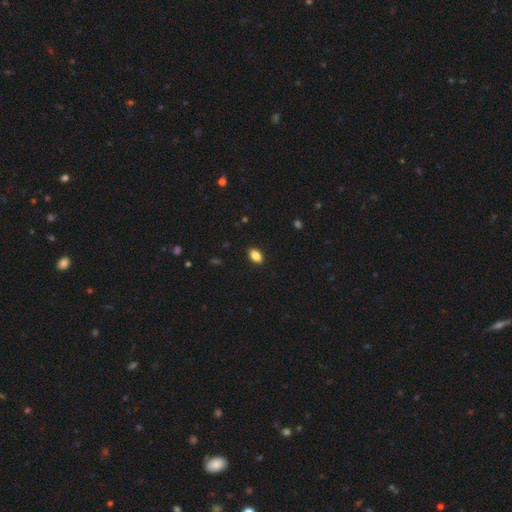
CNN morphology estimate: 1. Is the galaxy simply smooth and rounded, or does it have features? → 87% smooth, 9% star or artifact, 4% featured or disk.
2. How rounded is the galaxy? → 88% in between, 10% round, 2% cigar-shaped.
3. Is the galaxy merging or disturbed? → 89% none, 8% minor disturbance, 2% major disturbance, 1% merger.